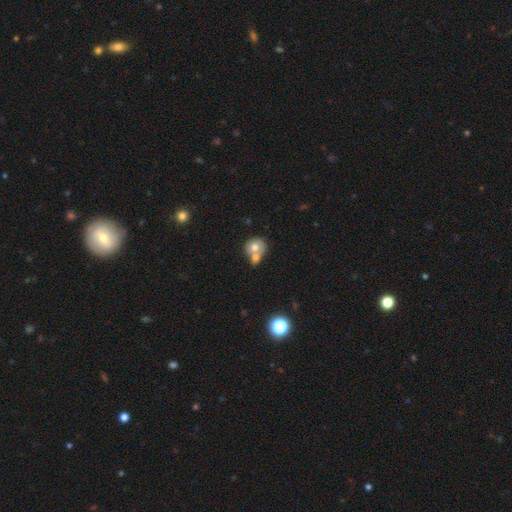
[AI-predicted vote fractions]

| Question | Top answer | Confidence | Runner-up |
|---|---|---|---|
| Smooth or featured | smooth | 66% | featured or disk (23%) |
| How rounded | round | 76% | in between (23%) |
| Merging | merger | 58% | none (31%) |